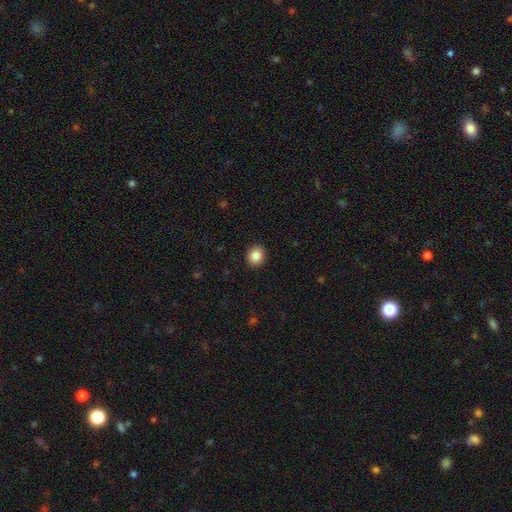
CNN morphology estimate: A smooth galaxy with no disk features (86%) that is round (75%).

Vote fractions:
- Smooth or featured? smooth: 86% / star or artifact: 9% / featured or disk: 4%
- How rounded? round: 75% / in between: 24% / cigar-shaped: 1%
- Merging? none: 92% / minor disturbance: 6% / major disturbance: 2% / merger: 1%